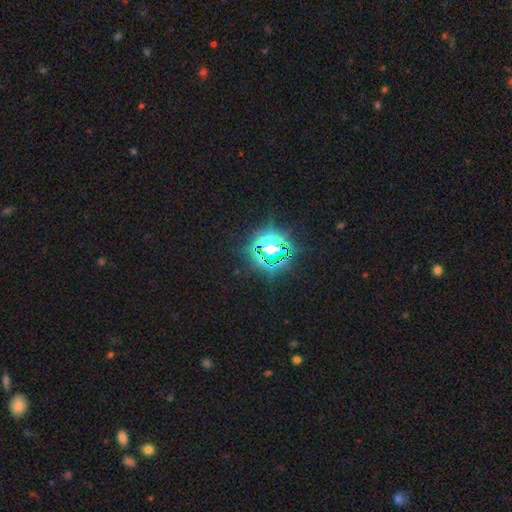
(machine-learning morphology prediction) A star or artifact, not a galaxy (78%).